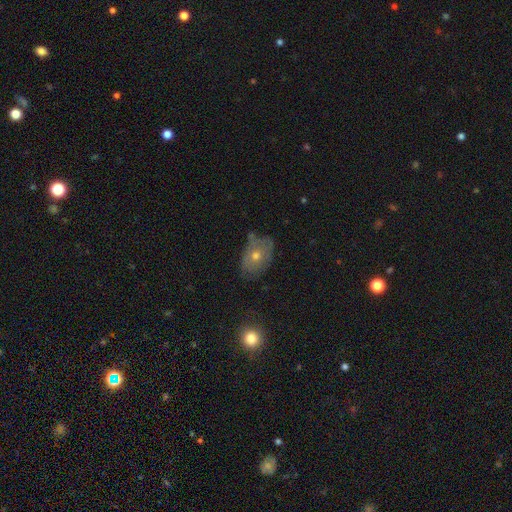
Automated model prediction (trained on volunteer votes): This appears to be a smooth galaxy with no disk features (47%). Merging: none (64%).